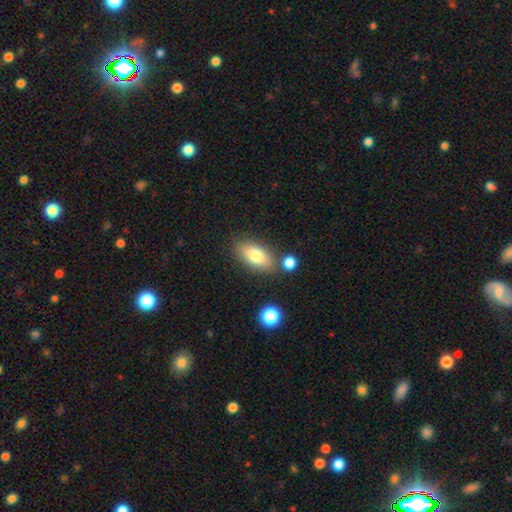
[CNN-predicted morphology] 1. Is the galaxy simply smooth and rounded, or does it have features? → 77% smooth, 15% featured or disk, 8% star or artifact.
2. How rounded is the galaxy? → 87% in between, 9% cigar-shaped, 4% round.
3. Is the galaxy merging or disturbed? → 76% none, 13% minor disturbance, 8% merger, 3% major disturbance.